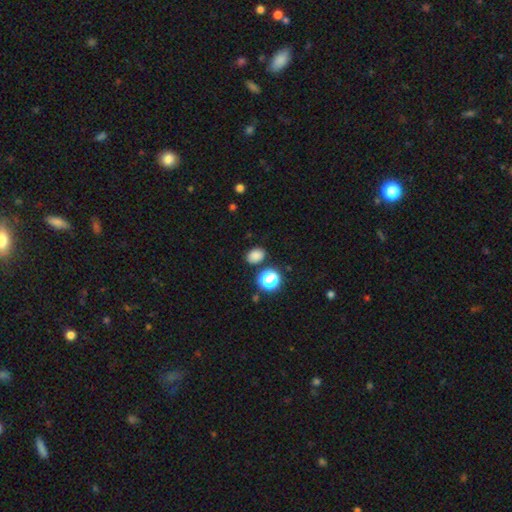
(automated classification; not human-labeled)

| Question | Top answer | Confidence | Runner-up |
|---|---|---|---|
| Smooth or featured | smooth | 81% | star or artifact (15%) |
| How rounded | in between | 64% | round (35%) |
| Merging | none | 83% | minor disturbance (10%) |